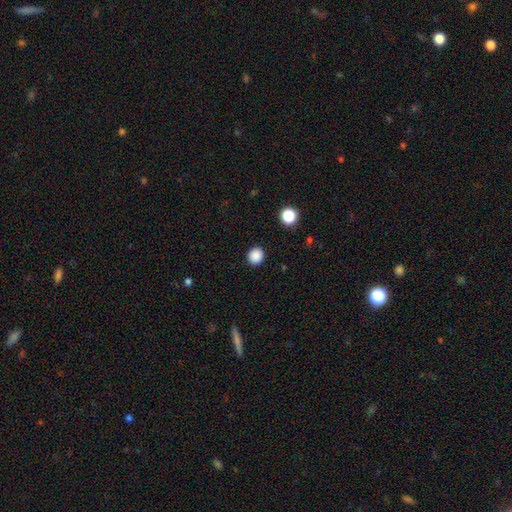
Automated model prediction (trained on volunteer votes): A smooth galaxy with no disk features (88%) that is round (86%). Merging: none (92%).